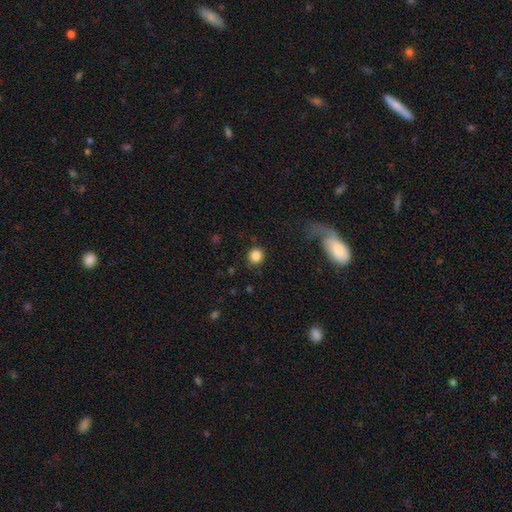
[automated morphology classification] type=smooth (84%); roundness=round (88%); merging=none (83%).